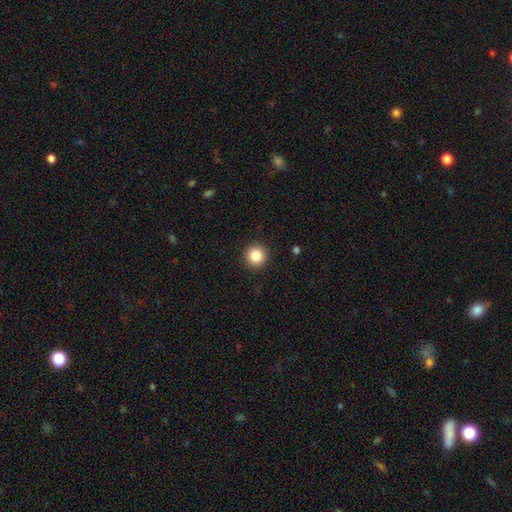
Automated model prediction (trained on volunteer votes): smooth-or-featured: smooth: 85% | star or artifact: 10% | featured or disk: 5%
  how-rounded: round: 94% | in between: 5% | cigar-shaped: 1%
  merging: none: 92% | minor disturbance: 5% | major disturbance: 2% | merger: 1%